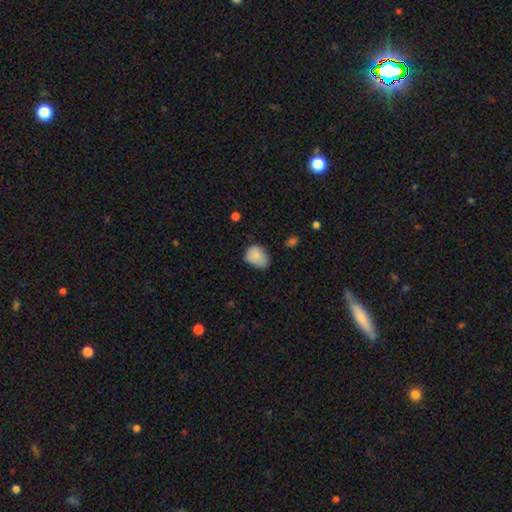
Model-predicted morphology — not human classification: Smooth or featured?
  - smooth: 84% *
  - star or artifact: 8%
  - featured or disk: 8%
How rounded?
  - in between: 60% *
  - round: 39%
  - cigar-shaped: 1%
Merging?
  - none: 52% *
  - minor disturbance: 38%
  - major disturbance: 8%
  - merger: 2%